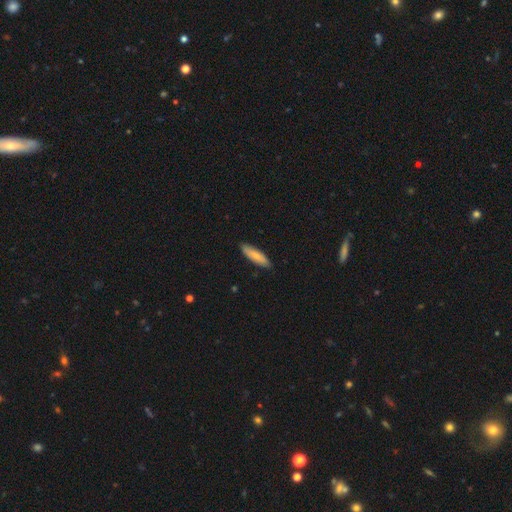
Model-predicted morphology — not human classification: A smooth galaxy with no disk features (78%) that is cigar-shaped (64%). Merging: none (87%).